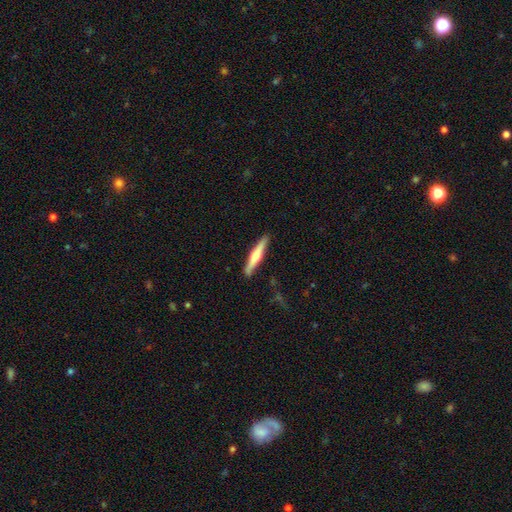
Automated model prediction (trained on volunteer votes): Smooth or featured: featured or disk — 53% (smooth — 42%)
Edge-on disk: yes — 97% (no — 3%)
Edge-on bulge: rounded — 81% (boxy — 10%)
Merging: none — 89% (minor disturbance — 8%)